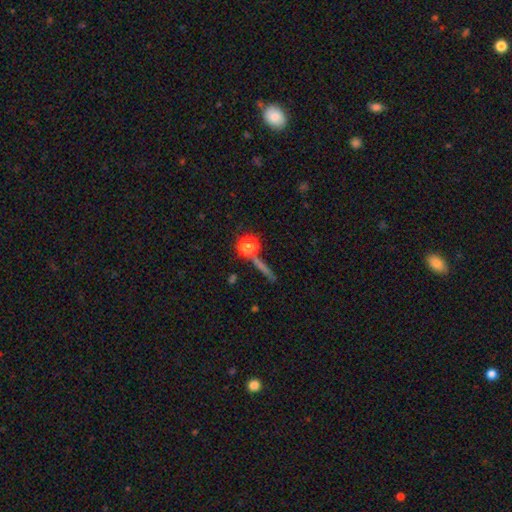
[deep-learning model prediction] Smooth or featured? star or artifact (47%)